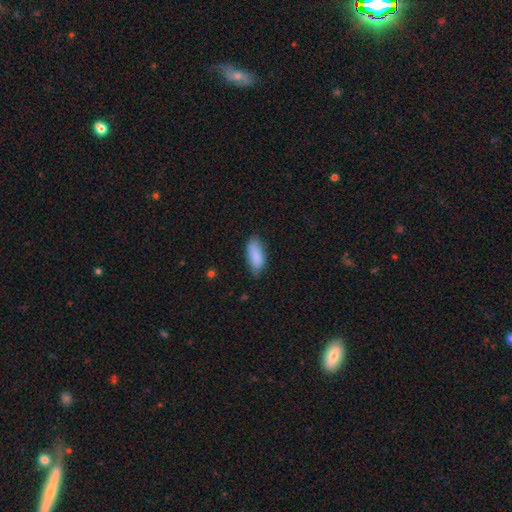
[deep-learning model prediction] Overall: smooth (88%). How rounded: in between (85%). Merging: none (72%).